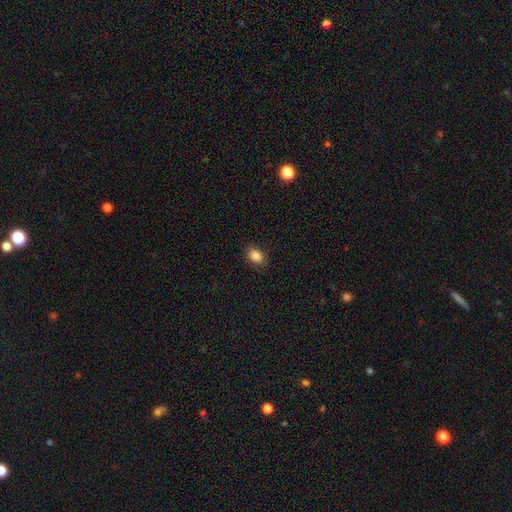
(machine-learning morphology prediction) The model was most divided on "how rounded": in between: 74%, round: 25%, cigar-shaped: 1%. More confident: merging — none (88%); smooth or featured — smooth (86%).